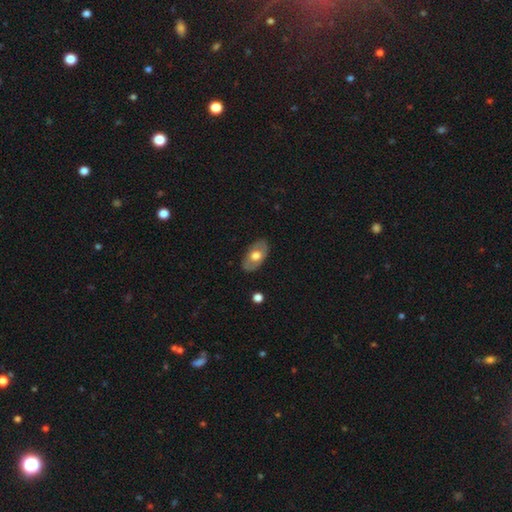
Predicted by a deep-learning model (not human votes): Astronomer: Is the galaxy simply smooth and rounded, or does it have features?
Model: smooth — 56% (runner-up: featured or disk, 39%).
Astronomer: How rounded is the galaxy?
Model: in between — 92%.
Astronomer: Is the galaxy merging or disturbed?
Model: none — 84%.